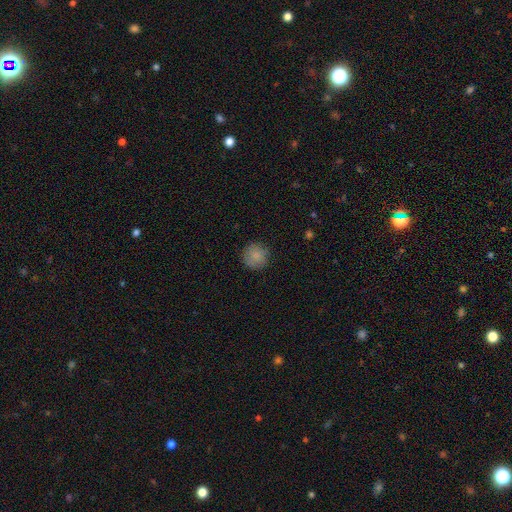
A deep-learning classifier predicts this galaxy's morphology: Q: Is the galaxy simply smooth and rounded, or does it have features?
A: smooth — 86%.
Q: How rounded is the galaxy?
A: round — 95%.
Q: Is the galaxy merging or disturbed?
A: none — 88%.